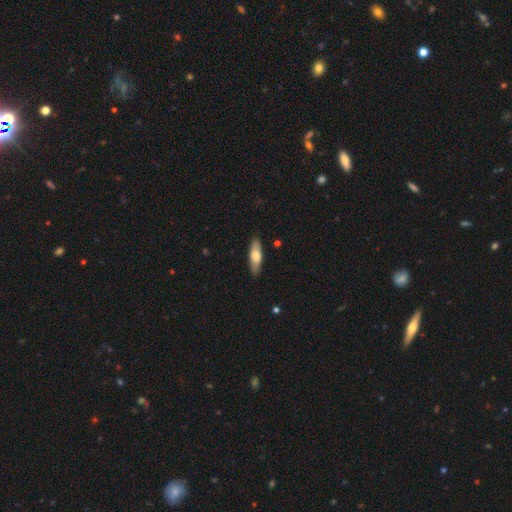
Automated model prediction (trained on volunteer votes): This appears to be a smooth galaxy with no disk features (65%) that is in between round and cigar-shaped (52%). Merging: none (88%).